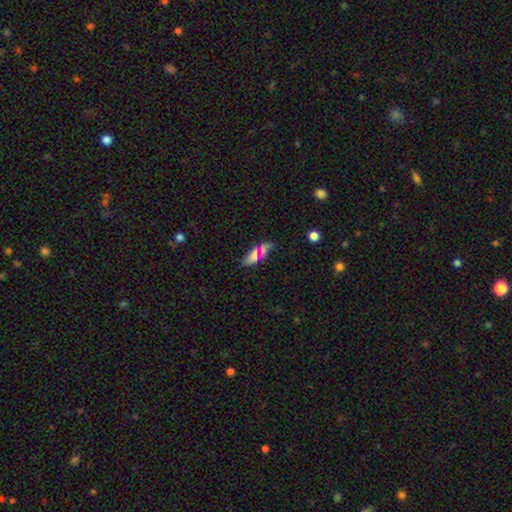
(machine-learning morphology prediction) Smooth or featured: smooth — 62% (featured or disk — 22%)
How rounded: in between — 62% (cigar-shaped — 32%)
Merging: none — 58% (minor disturbance — 19%)